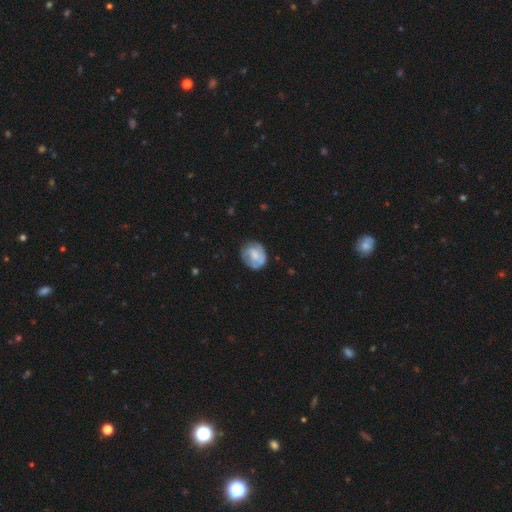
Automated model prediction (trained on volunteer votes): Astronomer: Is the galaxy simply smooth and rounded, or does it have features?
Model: smooth — 51% (runner-up: featured or disk, 43%).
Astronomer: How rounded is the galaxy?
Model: round — 72%.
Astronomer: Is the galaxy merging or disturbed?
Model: none — 67%.